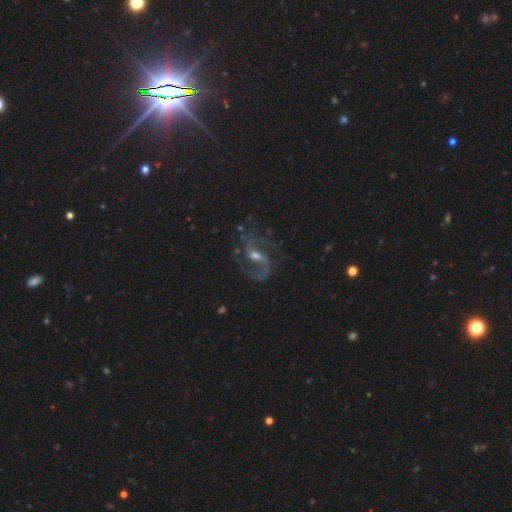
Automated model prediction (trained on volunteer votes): Smooth or featured?
  - featured or disk: 89% *
  - star or artifact: 7%
  - smooth: 5%
Edge-on disk?
  - no: 97% *
  - yes: 3%
Bar?
  - weak: 53% *
  - strong: 24%
  - no: 22%
Spiral arms?
  - yes: 97% *
  - no: 3%
Spiral winding?
  - medium: 48% *
  - loose: 42%
  - tight: 10%
Spiral arm count?
  - 2: 84% *
  - 1: 4%
  - 3: 4%
  - can't tell: 4%
  - 4: 2%
  - more than 4: 2%
Bulge size?
  - moderate: 51% *
  - small: 41%
  - large: 4%
  - none: 4%
  - dominant: 1%
Merging?
  - none: 67% *
  - minor disturbance: 17%
  - major disturbance: 15%
  - merger: 2%